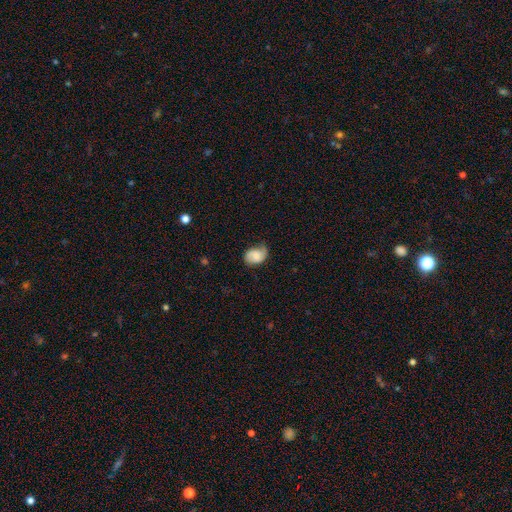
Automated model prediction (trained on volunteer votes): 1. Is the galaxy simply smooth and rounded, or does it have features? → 57% smooth, 34% featured or disk, 9% star or artifact.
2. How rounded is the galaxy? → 73% in between, 26% round, 1% cigar-shaped.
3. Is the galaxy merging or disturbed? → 56% none, 32% minor disturbance, 10% major disturbance, 2% merger.